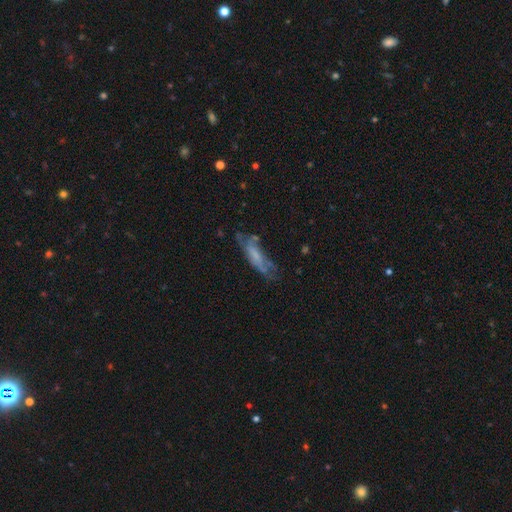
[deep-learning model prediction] Q: Smooth or featured?
A: featured or disk (47%); runner-up: smooth (43%)
Q: Merging?
A: none (52%); runner-up: minor disturbance (26%)